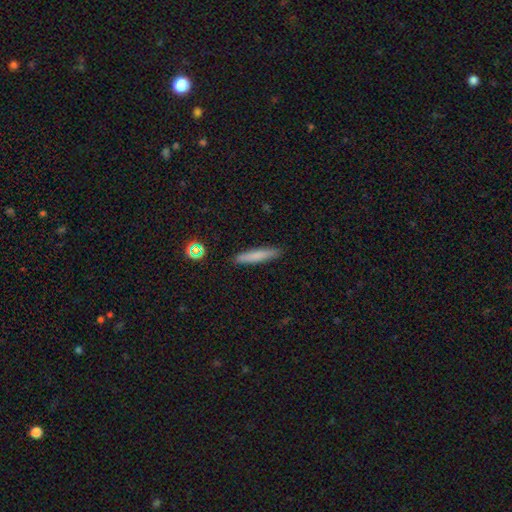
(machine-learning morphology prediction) This appears to be a smooth galaxy with no disk features (76%) that is cigar-shaped (90%). Merging: none (90%).